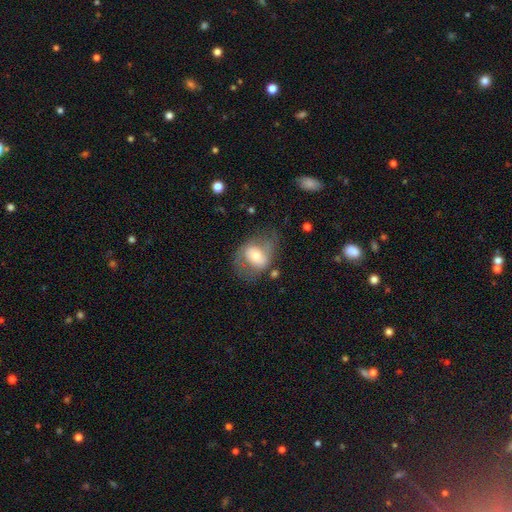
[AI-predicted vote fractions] Smooth or featured?
  - featured or disk: 49% *
  - smooth: 44%
  - star or artifact: 7%
Merging?
  - none: 52% *
  - minor disturbance: 24%
  - major disturbance: 20%
  - merger: 4%